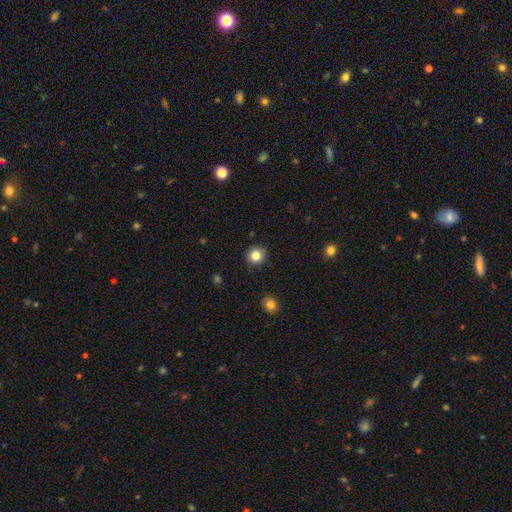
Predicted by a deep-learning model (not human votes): Smooth or featured? Predicted: smooth (p=0.83). How rounded? Predicted: round (p=0.91). Merging? Predicted: none (p=0.91).